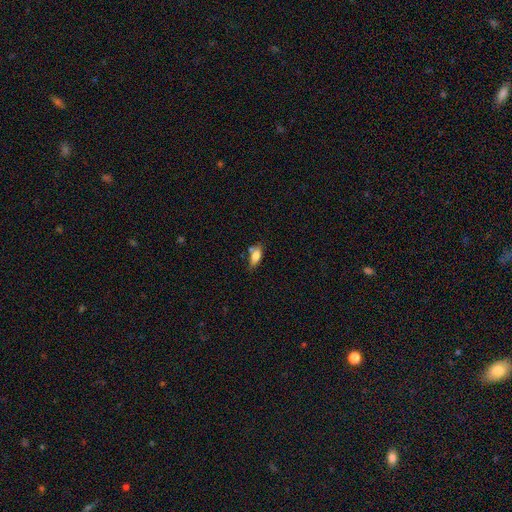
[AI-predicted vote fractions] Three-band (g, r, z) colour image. It shows a smooth galaxy with no disk features (75%) that is in between round and cigar-shaped (76%). Merging: none (61%).